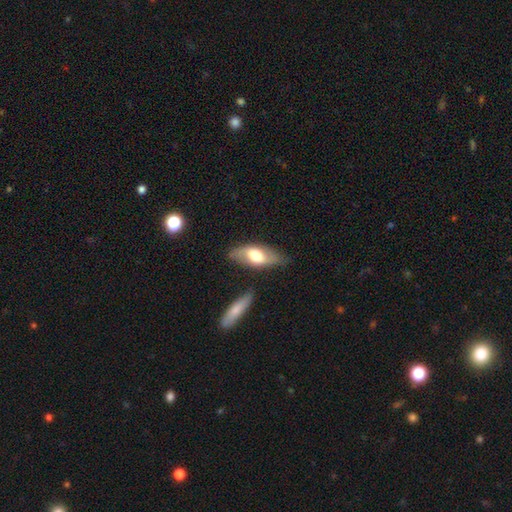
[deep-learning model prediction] Overall: smooth (56%; featured or disk 39%). How rounded: in between (84%). Merging: none (71%).